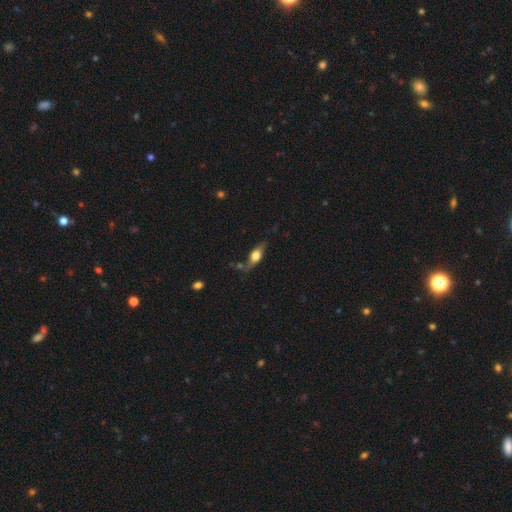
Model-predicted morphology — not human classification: smooth 48%, featured or disk 44%, star or artifact 7%. Down the decision tree: merging — none (62%).